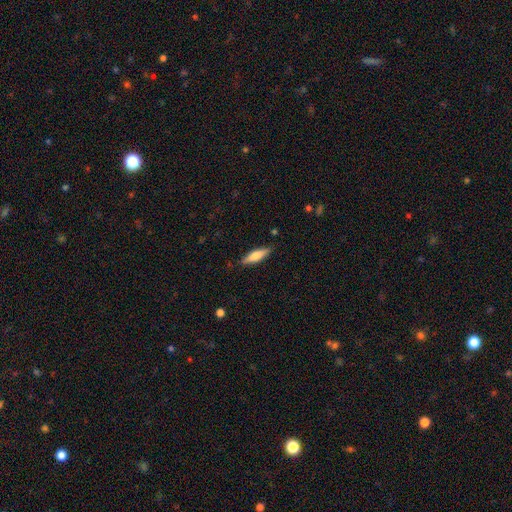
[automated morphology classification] This appears to be a smooth galaxy with no disk features (69%) that is cigar-shaped (61%). Merging: none (86%).